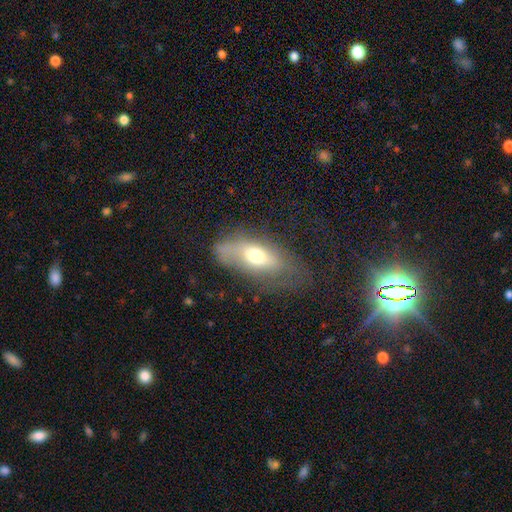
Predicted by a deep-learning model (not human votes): smooth_or_featured: smooth (p=0.58) [alt: featured or disk p=0.33]
how_rounded: in between (p=0.81) [alt: cigar-shaped p=0.14]
merging: none (p=0.43) [alt: minor disturbance p=0.29]